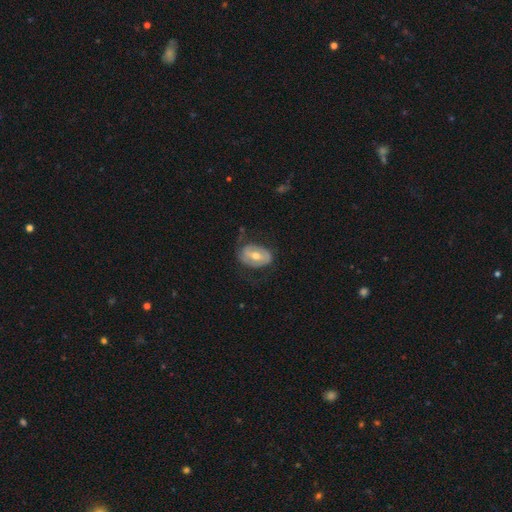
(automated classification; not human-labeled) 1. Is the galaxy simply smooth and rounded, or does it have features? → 56% featured or disk, 38% smooth, 6% star or artifact.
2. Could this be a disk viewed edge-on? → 94% no, 6% yes.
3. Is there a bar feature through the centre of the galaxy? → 41% weak, 33% strong, 26% no.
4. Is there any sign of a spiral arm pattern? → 54% yes, 46% no.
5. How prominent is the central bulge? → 73% moderate, 18% small, 7% large, 1% none, 1% dominant.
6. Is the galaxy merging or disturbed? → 58% none, 26% minor disturbance, 14% major disturbance, 2% merger.